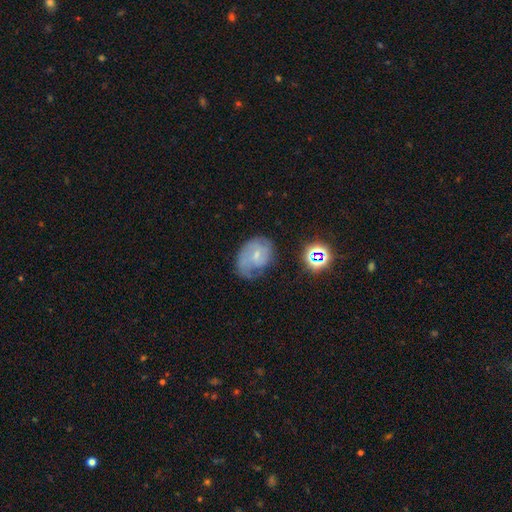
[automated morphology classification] Smooth or featured: featured or disk — 56% (smooth — 33%)
Edge-on disk: no — 97% (yes — 3%)
Bar: no — 54% (weak — 39%)
Spiral arms: yes — 79% (no — 21%)
Bulge size: small — 69% (moderate — 21%)
Merging: none — 44% (minor disturbance — 32%)